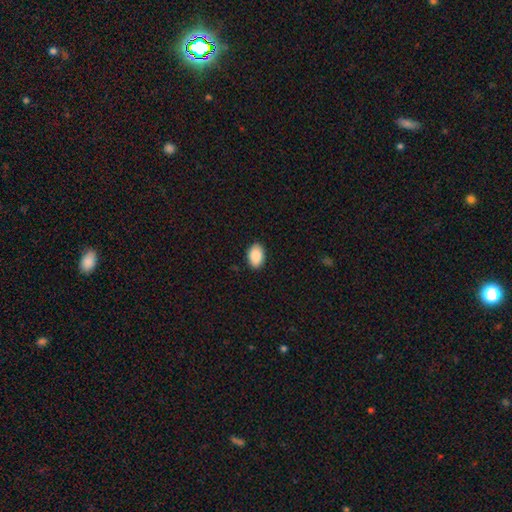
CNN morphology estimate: smooth 90%, star or artifact 7%, featured or disk 3%. Down the decision tree: how rounded — in between (89%); merging — none (90%).